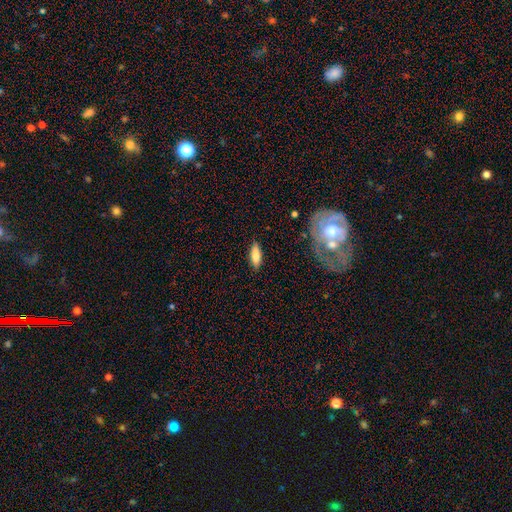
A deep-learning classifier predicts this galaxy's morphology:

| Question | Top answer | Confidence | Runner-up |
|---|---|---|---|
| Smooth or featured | smooth | 76% | featured or disk (18%) |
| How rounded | in between | 61% | cigar-shaped (37%) |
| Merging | none | 85% | minor disturbance (11%) |